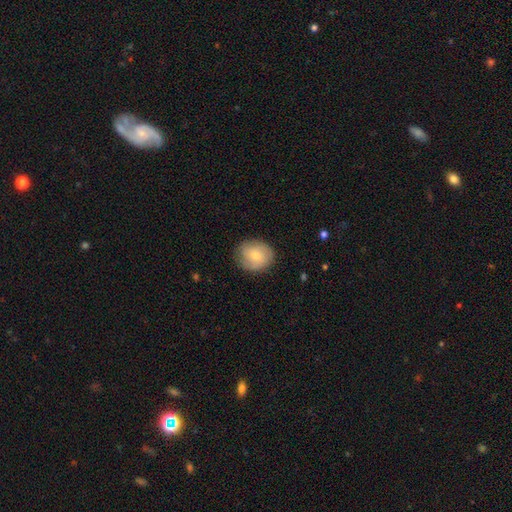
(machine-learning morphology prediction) This is likely a smooth galaxy (69%). How rounded: likely round (69%). Merging: clearly none (81%).